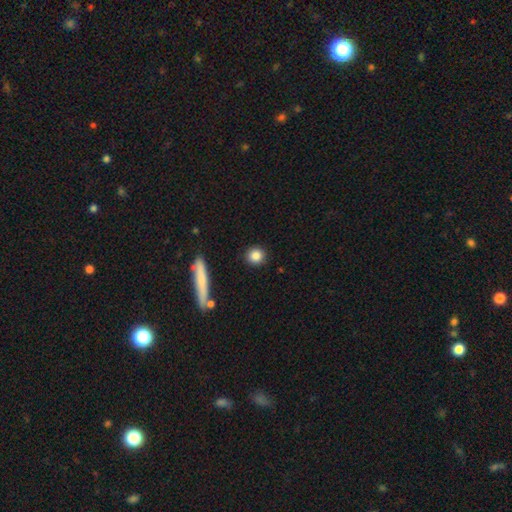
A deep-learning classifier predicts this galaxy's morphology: The model was most divided on "how rounded": round: 86%, in between: 11%, cigar-shaped: 3%. More confident: merging — none (90%); smooth or featured — smooth (85%).